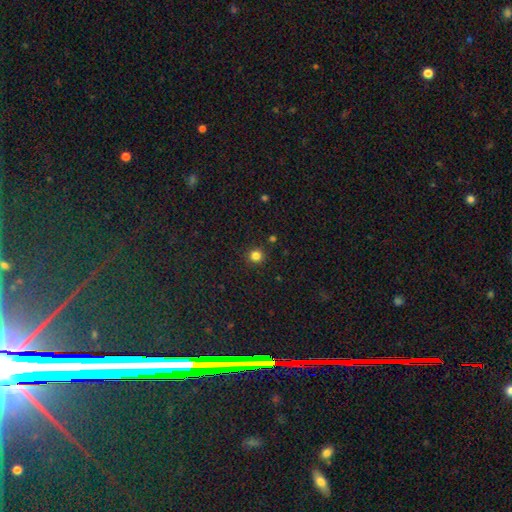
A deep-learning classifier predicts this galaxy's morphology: smooth-or-featured: smooth: 82% | star or artifact: 14% | featured or disk: 4%
  how-rounded: round: 93% | in between: 6% | cigar-shaped: 1%
  merging: none: 91% | minor disturbance: 5% | major disturbance: 2% | merger: 2%